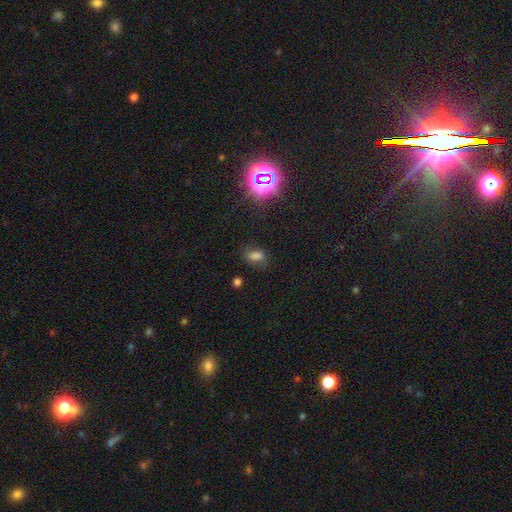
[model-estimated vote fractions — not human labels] This appears to be a smooth galaxy with no disk features (68%) that is in between round and cigar-shaped (83%). Merging: none (69%).